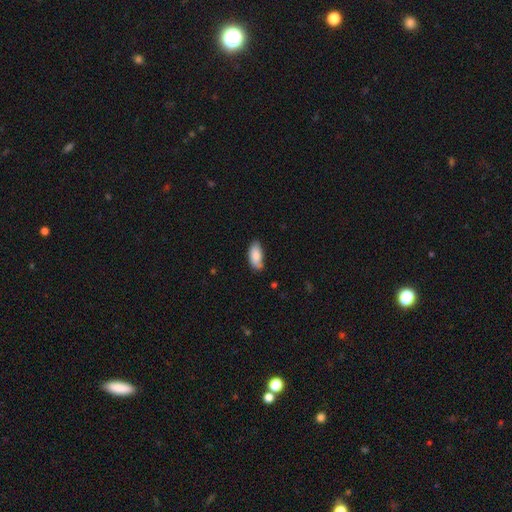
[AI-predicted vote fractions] smooth-or-featured: smooth: 85% | featured or disk: 8% | star or artifact: 7%
  how-rounded: in between: 90% | cigar-shaped: 7% | round: 2%
  merging: none: 64% | minor disturbance: 28% | major disturbance: 5% | merger: 3%